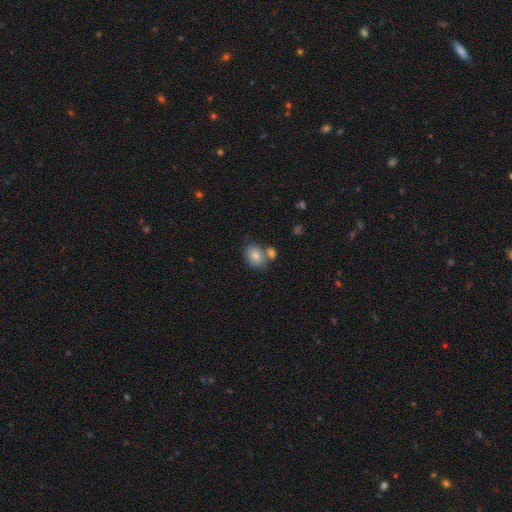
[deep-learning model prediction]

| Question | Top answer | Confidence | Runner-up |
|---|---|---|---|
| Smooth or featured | smooth | 81% | featured or disk (11%) |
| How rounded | in between | 62% | round (37%) |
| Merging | none | 53% | merger (30%) |